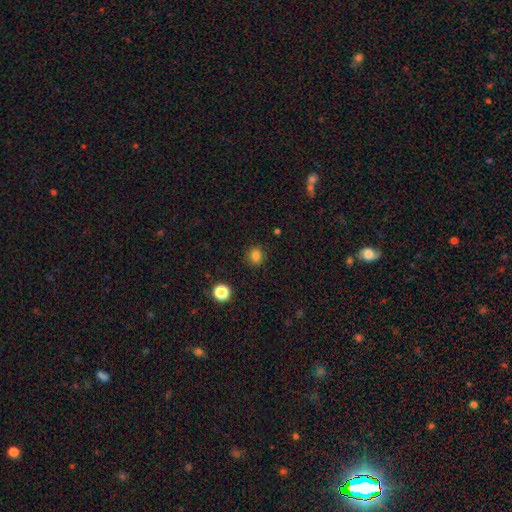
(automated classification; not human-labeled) smooth_or_featured: smooth (p=0.82) [alt: star or artifact p=0.14]
how_rounded: round (p=0.76) [alt: in between p=0.23]
merging: none (p=0.89) [alt: minor disturbance p=0.08]